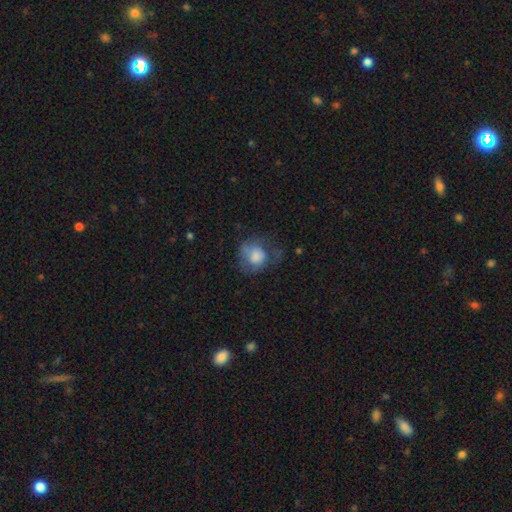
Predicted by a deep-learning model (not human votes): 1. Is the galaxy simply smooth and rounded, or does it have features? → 62% smooth, 29% featured or disk, 9% star or artifact.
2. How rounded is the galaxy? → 72% round, 27% in between, 1% cigar-shaped.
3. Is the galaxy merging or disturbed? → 42% none, 28% major disturbance, 27% minor disturbance, 2% merger.